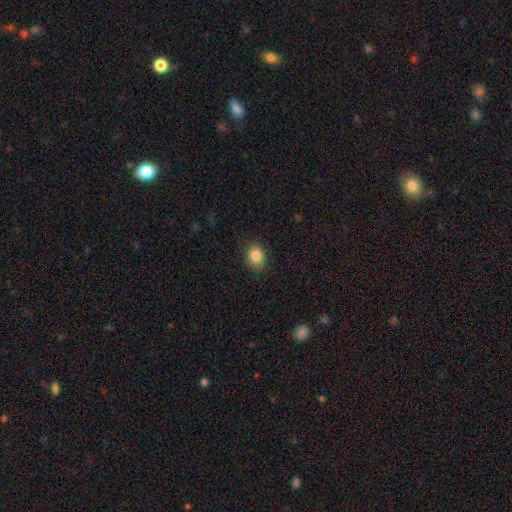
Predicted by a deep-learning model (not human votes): The model was most divided on "how rounded": in between: 52%, round: 47%, cigar-shaped: 1%. More confident: smooth or featured — smooth (86%); merging — none (86%).